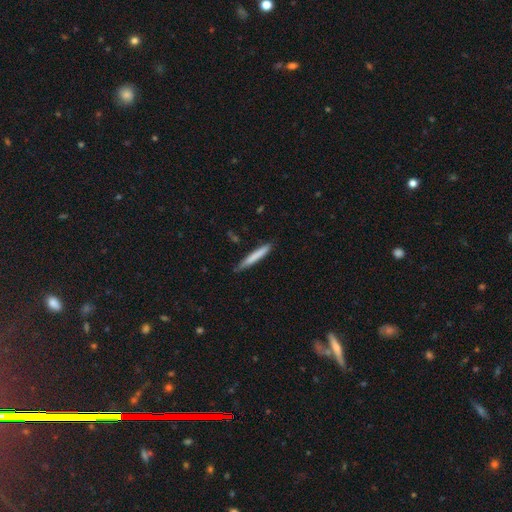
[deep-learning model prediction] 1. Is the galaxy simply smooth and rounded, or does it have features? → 76% smooth, 19% featured or disk, 6% star or artifact.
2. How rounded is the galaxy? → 95% cigar-shaped, 3% in between, 1% round.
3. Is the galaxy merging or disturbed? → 85% none, 12% minor disturbance, 2% major disturbance, 1% merger.